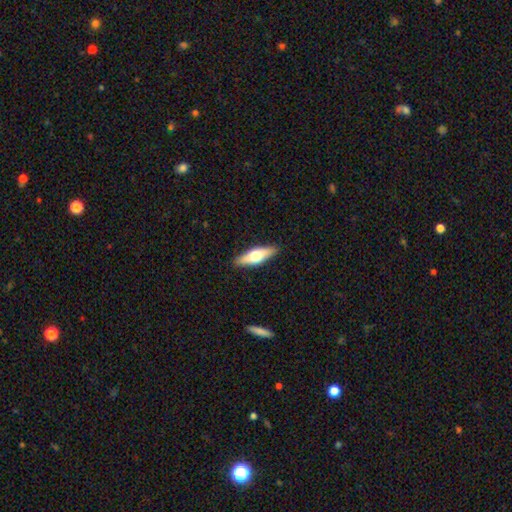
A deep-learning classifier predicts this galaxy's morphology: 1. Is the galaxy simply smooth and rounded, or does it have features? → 49% smooth, 45% featured or disk, 6% star or artifact.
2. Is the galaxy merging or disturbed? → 89% none, 8% minor disturbance, 2% major disturbance, 1% merger.